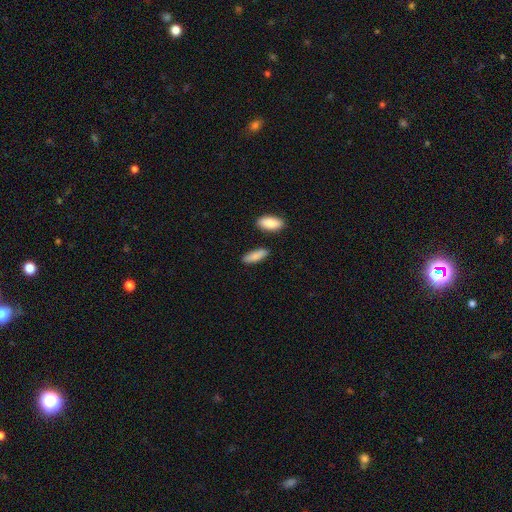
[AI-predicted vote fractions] Overall: smooth (86%). How rounded: in between (60%; cigar-shaped 38%). Merging: none (82%).